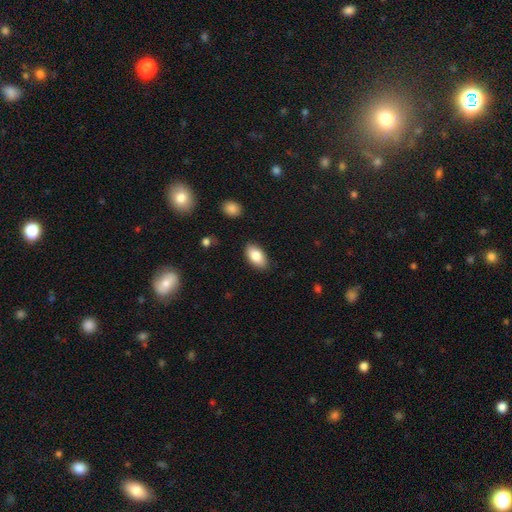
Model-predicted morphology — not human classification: The model was most divided on "smooth or featured": smooth: 84%, featured or disk: 9%, star or artifact: 7%. More confident: how rounded — in between (94%); merging — none (87%).